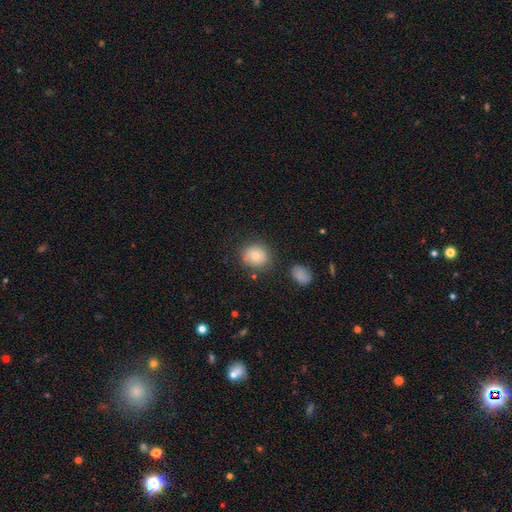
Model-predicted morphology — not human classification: This appears to be a smooth galaxy with no disk features (79%) that is round (80%). Merging: none (78%).